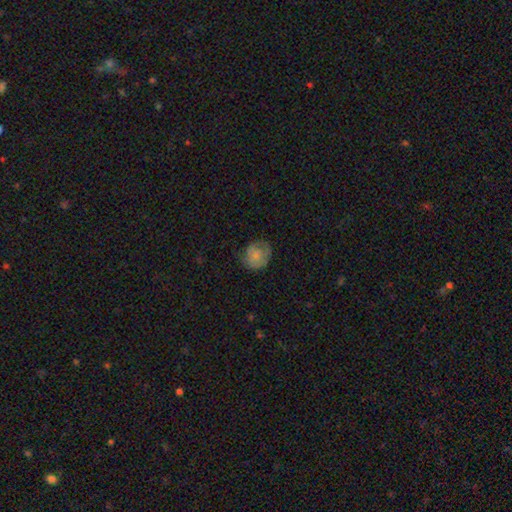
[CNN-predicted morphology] Smooth or featured: smooth — 68% (featured or disk — 24%)
How rounded: round — 71% (in between — 28%)
Merging: none — 59% (minor disturbance — 27%)